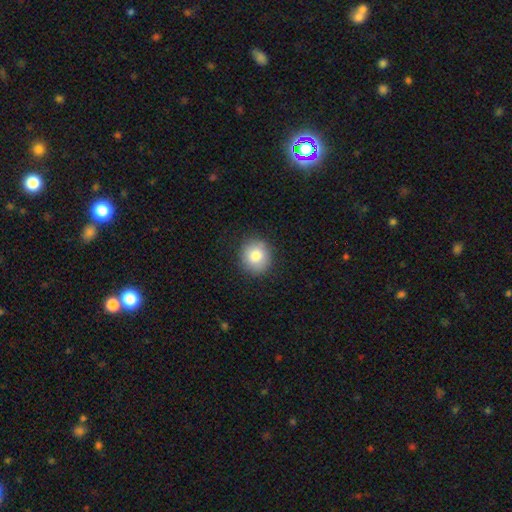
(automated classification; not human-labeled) A smooth galaxy with no disk features (80%) that is round (84%).

Vote fractions:
- Smooth or featured? smooth: 80% / featured or disk: 11% / star or artifact: 9%
- How rounded? round: 84% / in between: 15% / cigar-shaped: 1%
- Merging? none: 88% / minor disturbance: 9% / major disturbance: 2% / merger: 1%